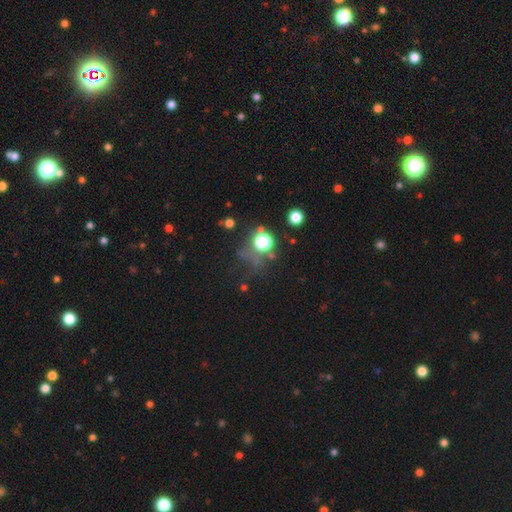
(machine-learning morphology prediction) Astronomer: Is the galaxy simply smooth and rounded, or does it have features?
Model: star or artifact — 57% (runner-up: smooth, 33%).